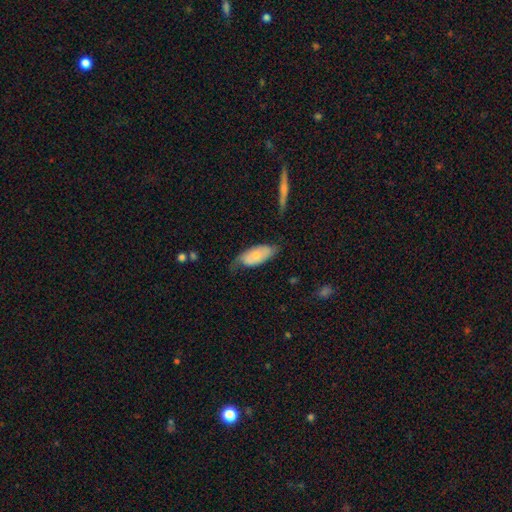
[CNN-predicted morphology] This appears to be a smooth galaxy with no disk features (57%) that is in between round and cigar-shaped (89%). Merging: none (50%).